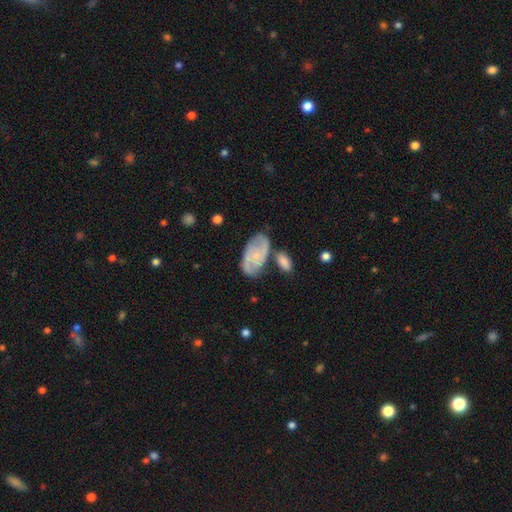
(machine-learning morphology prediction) type=featured or disk (68%); edge-on=no (96%); bar=no (68%); spiral arms=yes (88%); winding=medium (46%); arm count=2 (66%); bulge=small (71%); merging=none (58%).